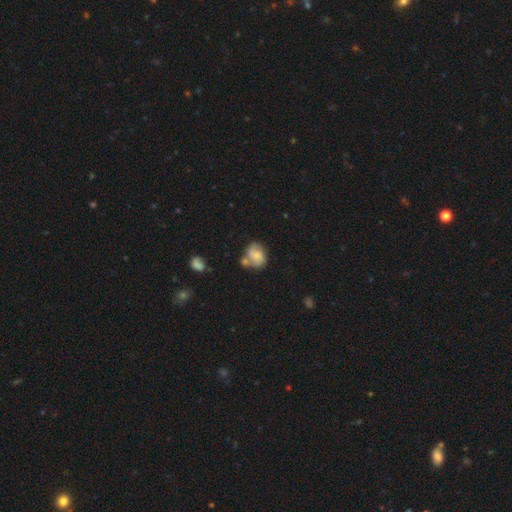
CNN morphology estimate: smooth 53%, featured or disk 38%, star or artifact 9%. Down the decision tree: how rounded — round (50%); merging — none (41%).